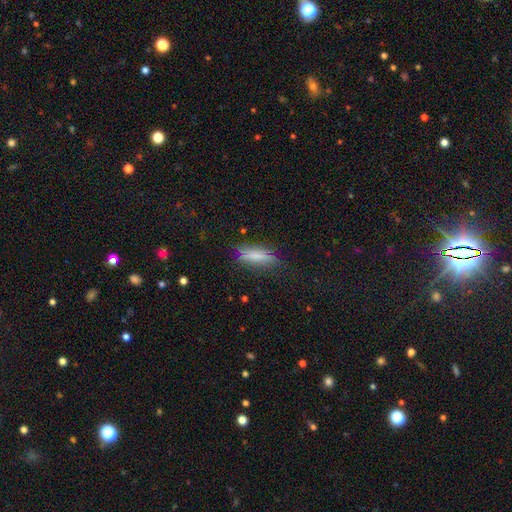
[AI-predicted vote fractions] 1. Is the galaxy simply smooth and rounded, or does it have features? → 71% smooth, 20% featured or disk, 10% star or artifact.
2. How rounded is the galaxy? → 60% cigar-shaped, 38% in between, 2% round.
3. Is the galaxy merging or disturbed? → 72% none, 19% minor disturbance, 6% major disturbance, 2% merger.